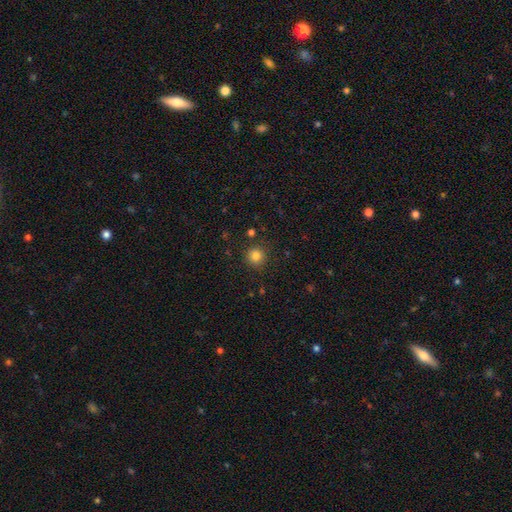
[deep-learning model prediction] smooth_or_featured: smooth (p=0.83) [alt: star or artifact p=0.12]
how_rounded: round (p=0.94) [alt: in between p=0.05]
merging: none (p=0.88) [alt: minor disturbance p=0.07]